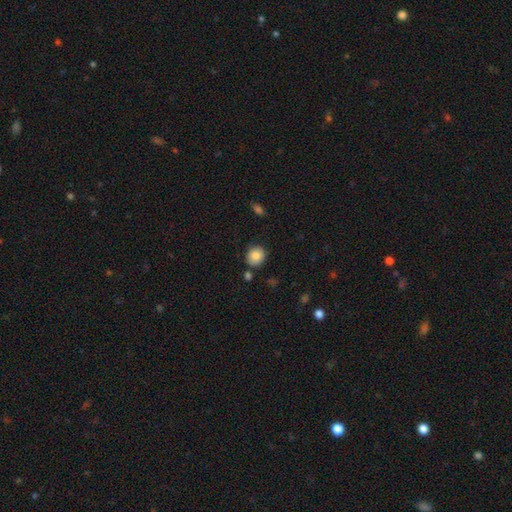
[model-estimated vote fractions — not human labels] Overall: smooth (84%). How rounded: round (83%). Merging: none (83%).